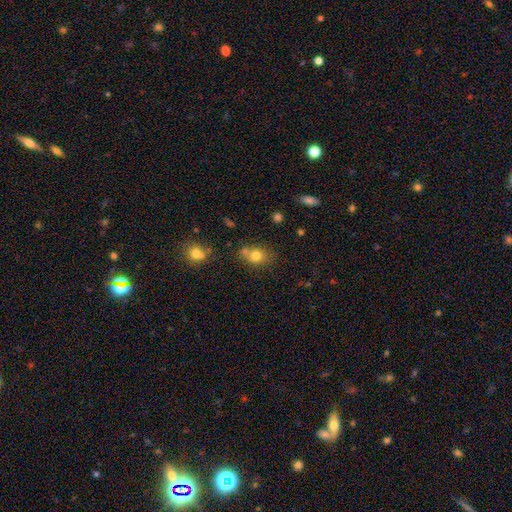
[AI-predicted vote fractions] Morphology: type=smooth (78%); roundness=round (56%); merging=none (58%).